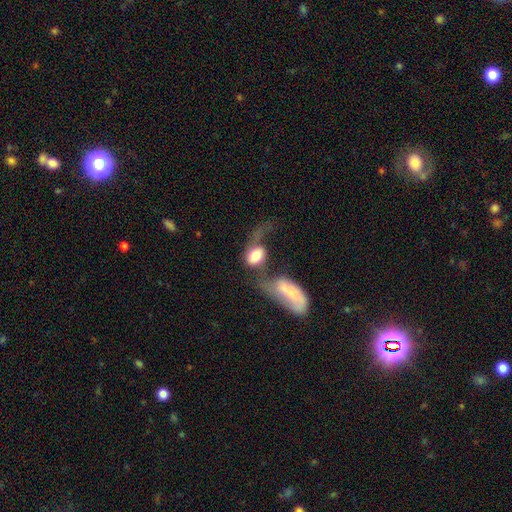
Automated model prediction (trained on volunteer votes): Smooth or featured? Predicted: smooth (p=0.64). How rounded? Predicted: in between (p=0.78). Merging? Predicted: merger (p=0.56).